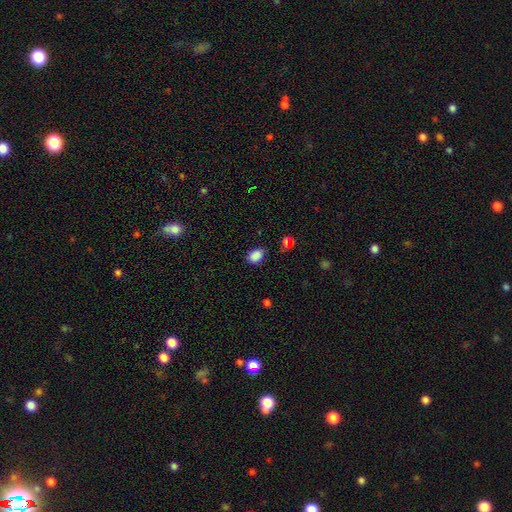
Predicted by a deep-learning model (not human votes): Smooth or featured: smooth — 85% (star or artifact — 11%)
How rounded: in between — 78% (round — 21%)
Merging: none — 77% (minor disturbance — 17%)